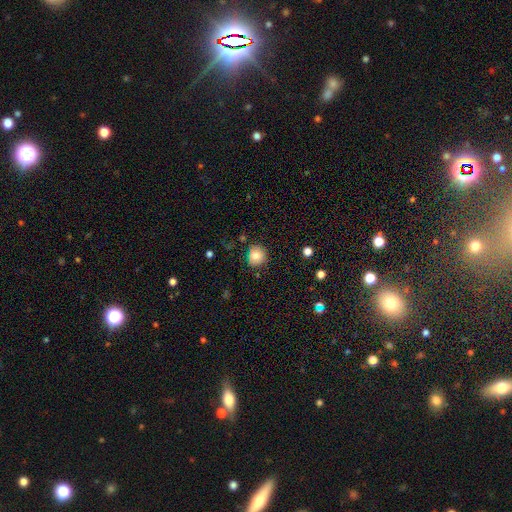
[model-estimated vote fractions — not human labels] This is clearly a smooth galaxy (83%). How rounded: clearly round (84%). Merging: clearly none (81%).